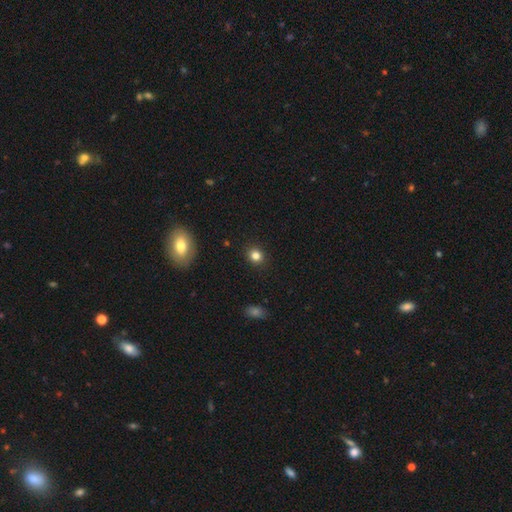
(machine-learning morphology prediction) The model was most divided on "how rounded": round: 78%, in between: 21%, cigar-shaped: 1%. More confident: merging — none (90%); smooth or featured — smooth (82%).